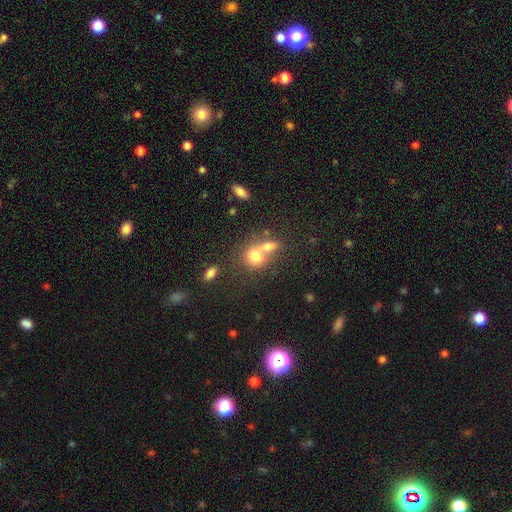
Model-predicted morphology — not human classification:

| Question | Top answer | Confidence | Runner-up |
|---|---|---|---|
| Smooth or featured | smooth | 73% | featured or disk (16%) |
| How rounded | round | 53% | in between (45%) |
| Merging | merger | 64% | none (24%) |